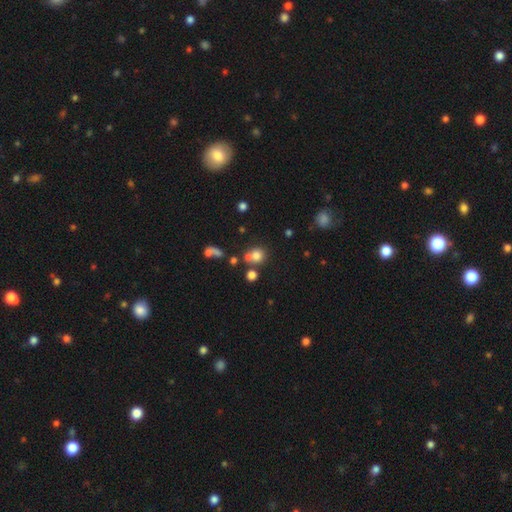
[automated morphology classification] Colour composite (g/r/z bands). It shows a smooth galaxy with no disk features (75%) that is round (84%). Merging: none (54%).